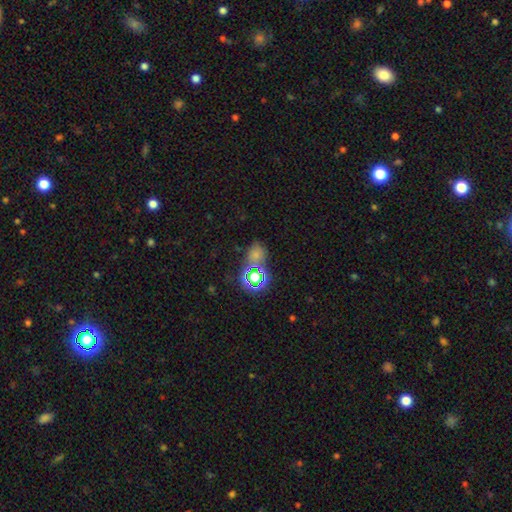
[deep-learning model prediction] Smooth or featured? smooth (54%)
How rounded? round (56%)
Merging? none (64%)